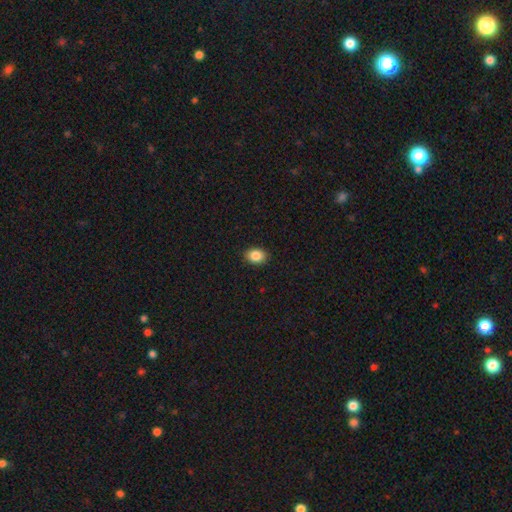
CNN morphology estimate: Smooth or featured?
  - smooth: 86% *
  - star or artifact: 9%
  - featured or disk: 5%
How rounded?
  - in between: 67% *
  - round: 32%
  - cigar-shaped: 1%
Merging?
  - none: 90% *
  - minor disturbance: 7%
  - major disturbance: 2%
  - merger: 1%